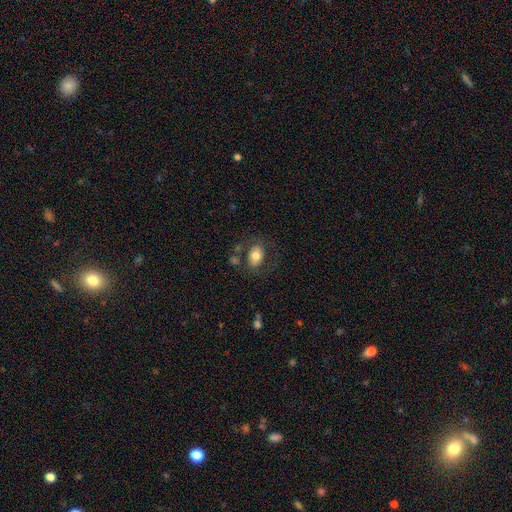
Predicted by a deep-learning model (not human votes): smooth 71%, featured or disk 21%, star or artifact 8%. Down the decision tree: how rounded — in between (80%); merging — none (67%).